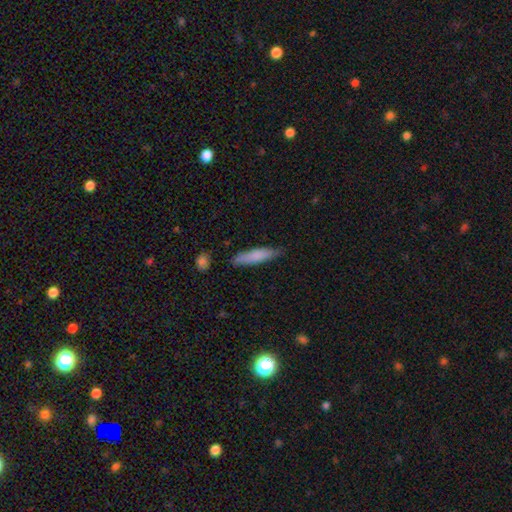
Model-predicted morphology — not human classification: smooth-or-featured: smooth: 78% | featured or disk: 17% | star or artifact: 6%
  how-rounded: cigar-shaped: 80% | in between: 18% | round: 1%
  merging: none: 78% | minor disturbance: 17% | major disturbance: 3% | merger: 2%